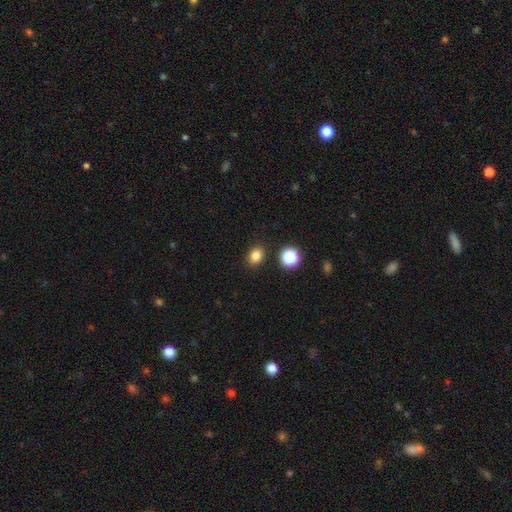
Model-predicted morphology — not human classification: Smooth or featured? Predicted: smooth (p=0.82). How rounded? Predicted: in between (p=0.58). Merging? Predicted: none (p=0.87).